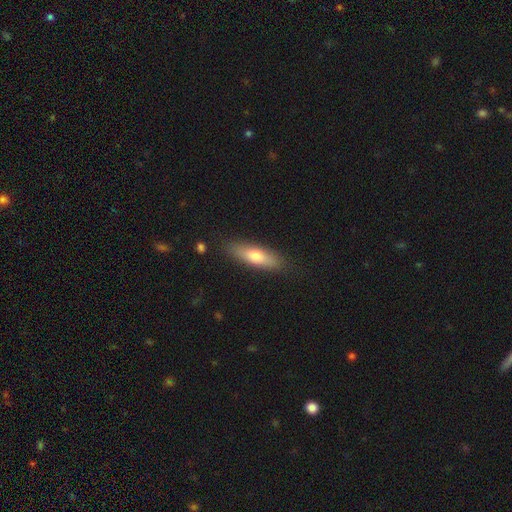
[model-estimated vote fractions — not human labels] A smooth galaxy with no disk features (69%) that is cigar-shaped (58%). Merging: none (84%).